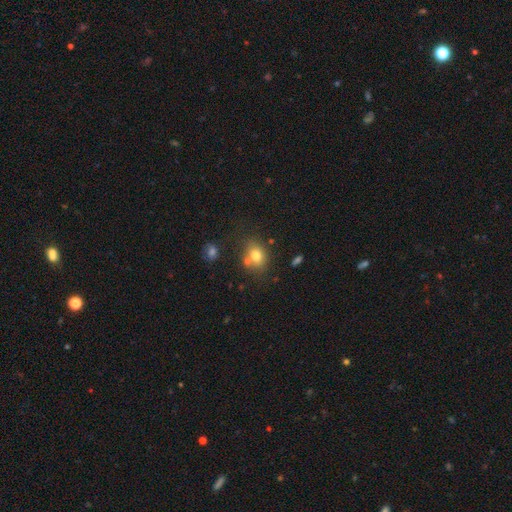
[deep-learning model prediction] A smooth galaxy with no disk features (75%) that is round (52%). Merging: none (60%).